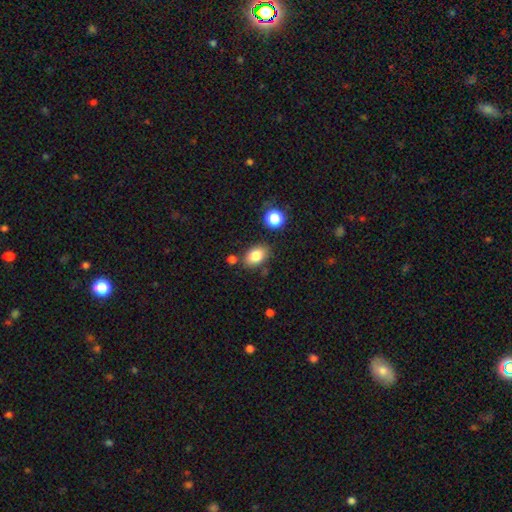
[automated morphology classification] smooth-or-featured: smooth: 83% | star or artifact: 9% | featured or disk: 8%
  how-rounded: in between: 85% | round: 14% | cigar-shaped: 1%
  merging: none: 78% | minor disturbance: 13% | merger: 5% | major disturbance: 3%